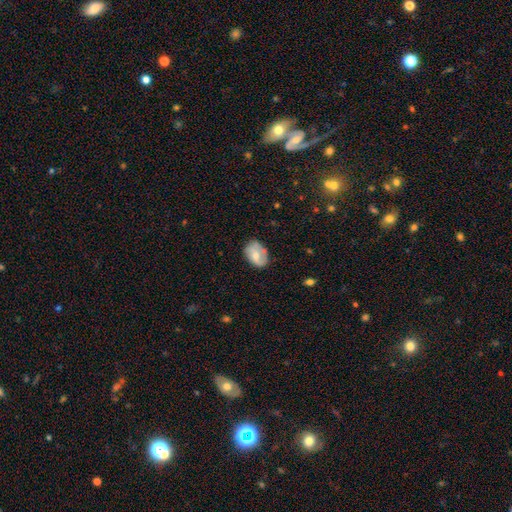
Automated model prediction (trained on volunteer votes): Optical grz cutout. It shows a smooth galaxy with no disk features (59%) that is in between round and cigar-shaped (82%). Merging: none (62%).